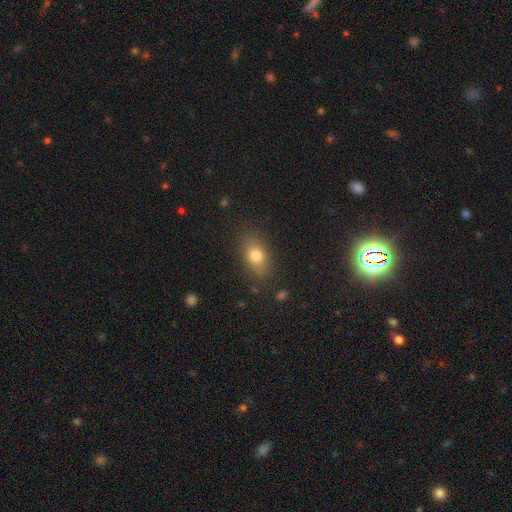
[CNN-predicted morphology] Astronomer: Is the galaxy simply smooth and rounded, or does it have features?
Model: smooth — 77%.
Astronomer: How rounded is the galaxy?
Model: in between — 80%.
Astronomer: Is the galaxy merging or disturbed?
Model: none — 82%.